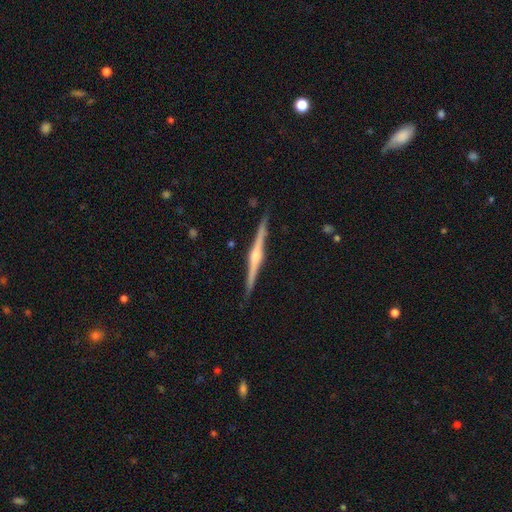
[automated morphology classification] This is clearly a featured or disk galaxy (84%). It is clearly viewed edge-on (99%). Edge-on bulge: clearly rounded (81%). Merging: clearly none (90%).